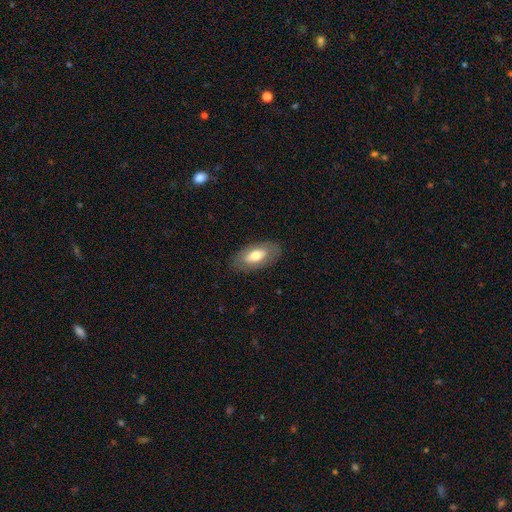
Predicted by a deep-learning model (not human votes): smooth 62%, featured or disk 32%, star or artifact 6%. Down the decision tree: how rounded — in between (89%); merging — none (83%).